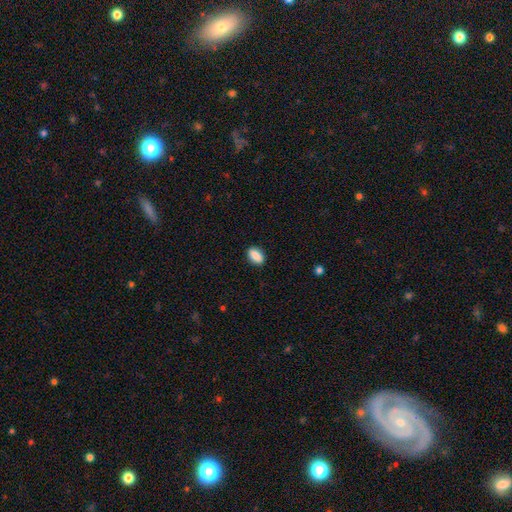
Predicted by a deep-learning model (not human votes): Overall: smooth (88%). How rounded: in between (88%). Merging: none (89%).